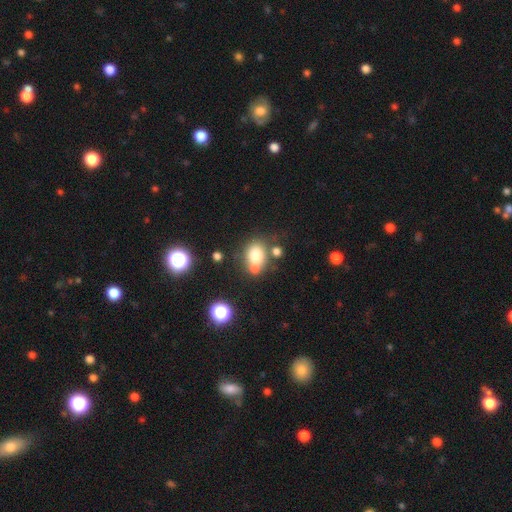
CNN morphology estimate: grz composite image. It shows a smooth galaxy with no disk features (74%) that is round (57%). Merging: none (54%).